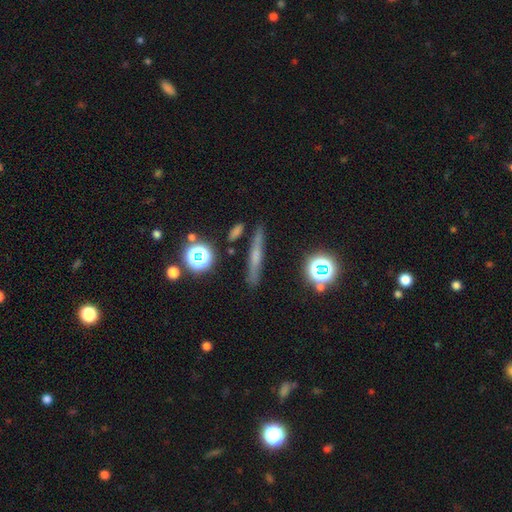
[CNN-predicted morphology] Smooth or featured? Predicted: featured or disk (p=0.47). Merging? Predicted: none (p=0.87).